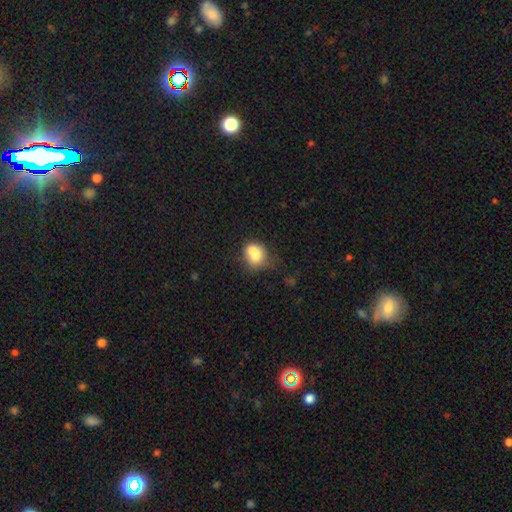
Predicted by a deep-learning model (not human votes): smooth 70%, featured or disk 20%, star or artifact 10%. Down the decision tree: how rounded — round (54%); merging — merger (54%).